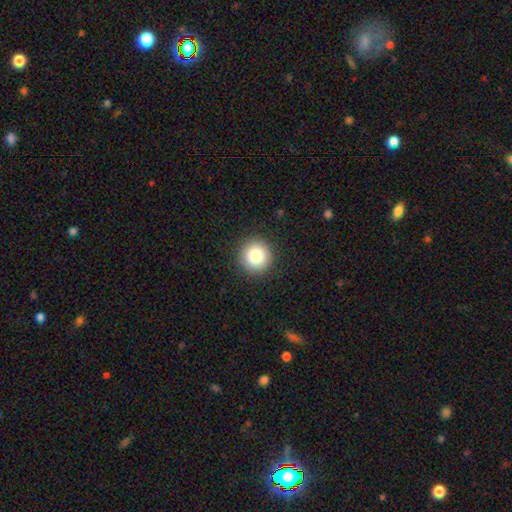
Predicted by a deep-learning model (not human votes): smooth 81%, star or artifact 11%, featured or disk 8%. Down the decision tree: how rounded — round (95%); merging — none (92%).